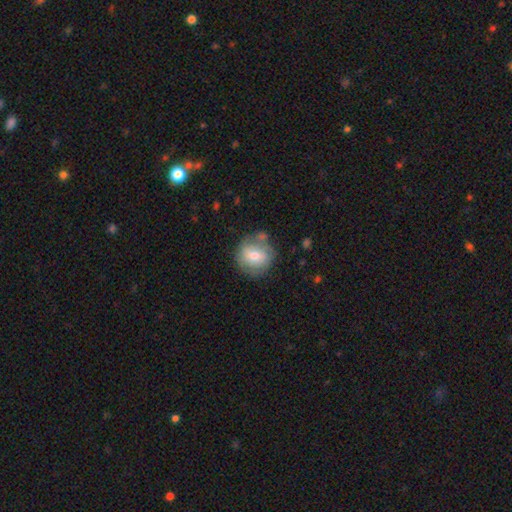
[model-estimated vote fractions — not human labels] Overall: smooth (63%; featured or disk 28%). How rounded: round (87%). Merging: none (70%).